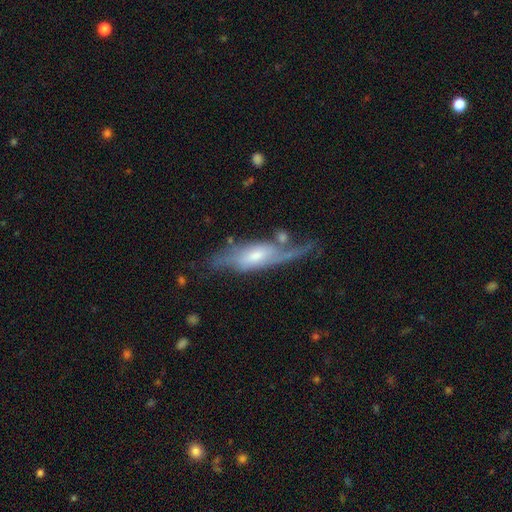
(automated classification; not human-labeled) Smooth or featured?
  - featured or disk: 69% *
  - smooth: 25%
  - star or artifact: 6%
Edge-on disk?
  - no: 72% *
  - yes: 28%
Merging?
  - none: 44% *
  - minor disturbance: 24%
  - major disturbance: 21%
  - merger: 11%